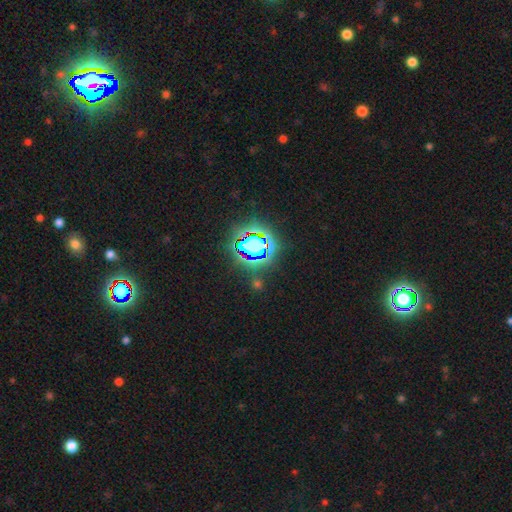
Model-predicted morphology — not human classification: A star or artifact, not a galaxy (84%).

Vote fractions:
- Smooth or featured? star or artifact: 84% / smooth: 10% / featured or disk: 6%